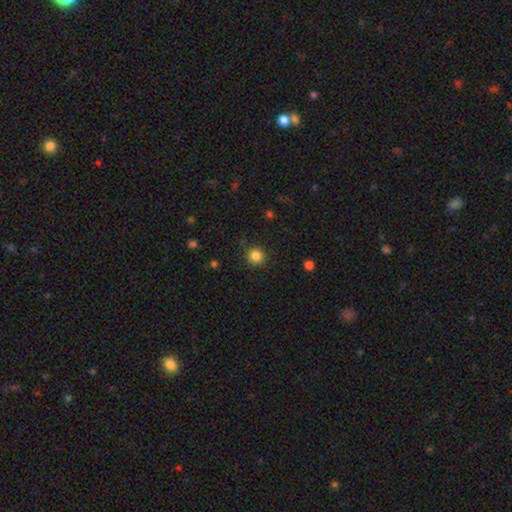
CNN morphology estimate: Smooth or featured?
  - smooth: 85% *
  - star or artifact: 12%
  - featured or disk: 4%
How rounded?
  - round: 93% *
  - in between: 6%
  - cigar-shaped: 1%
Merging?
  - none: 90% *
  - minor disturbance: 7%
  - major disturbance: 2%
  - merger: 1%